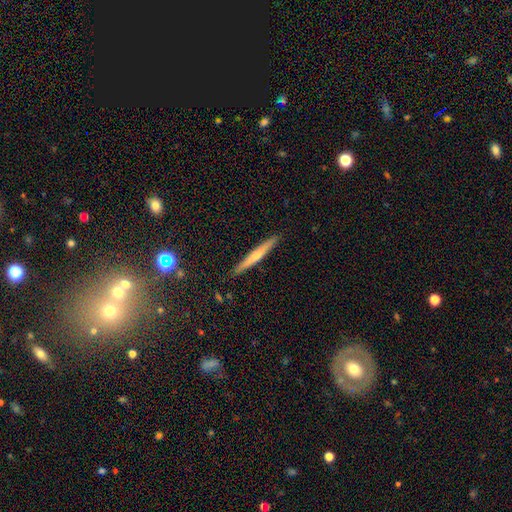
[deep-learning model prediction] Smooth or featured?
  - smooth: 51% *
  - featured or disk: 42%
  - star or artifact: 7%
How rounded?
  - cigar-shaped: 96% *
  - in between: 3%
  - round: 1%
Merging?
  - none: 90% *
  - minor disturbance: 7%
  - major disturbance: 1%
  - merger: 1%